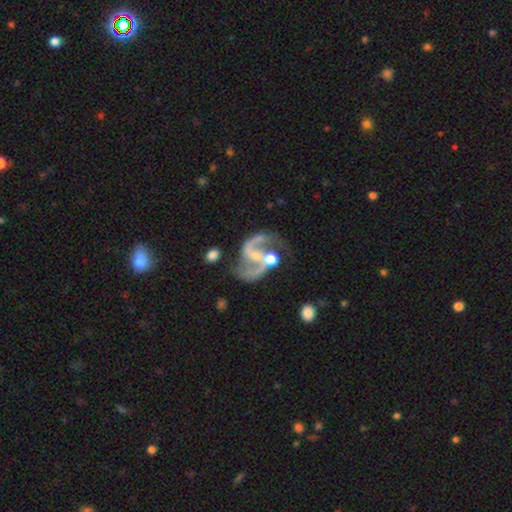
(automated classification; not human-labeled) A featured or disk galaxy (90%) with a weak bar (43%), 2 (92%) medium (49%) spiral arms (97%) and a small central bulge (49%). Merging: none (52%).